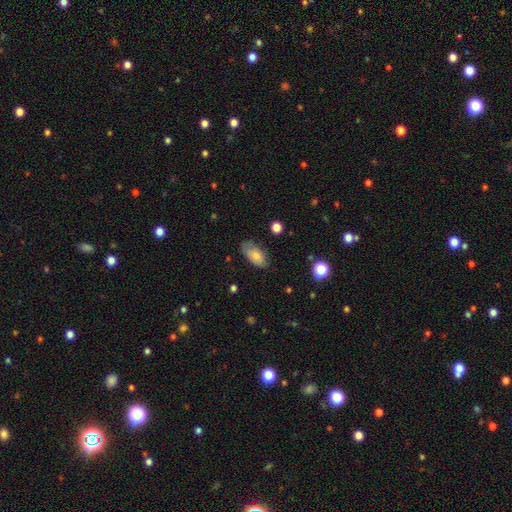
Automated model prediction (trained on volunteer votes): A smooth galaxy with no disk features (76%) that is in between round and cigar-shaped (92%).

Vote fractions:
- Smooth or featured? smooth: 76% / featured or disk: 17% / star or artifact: 7%
- How rounded? in between: 92% / cigar-shaped: 5% / round: 3%
- Merging? none: 66% / minor disturbance: 26% / major disturbance: 6% / merger: 2%